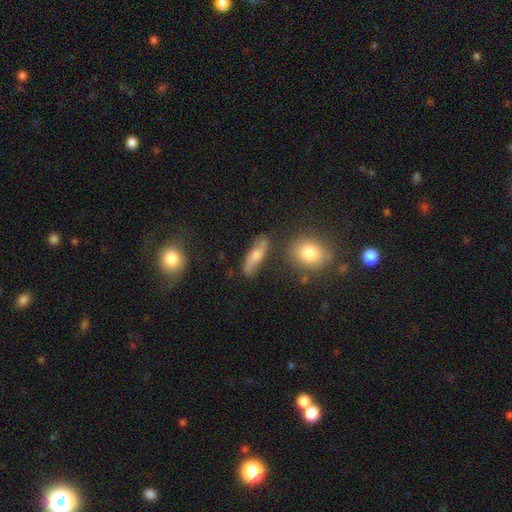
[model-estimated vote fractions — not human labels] Q: Smooth or featured?
A: smooth (59%); runner-up: featured or disk (32%)
Q: How rounded?
A: cigar-shaped (49%); runner-up: in between (45%)
Q: Merging?
A: none (74%); runner-up: minor disturbance (17%)